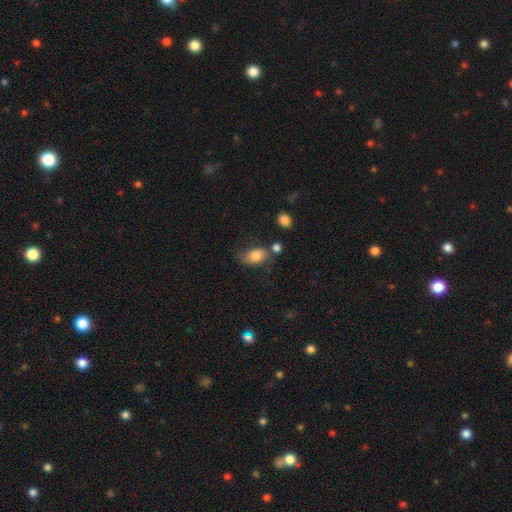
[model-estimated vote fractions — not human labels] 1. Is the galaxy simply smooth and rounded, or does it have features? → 78% smooth, 13% featured or disk, 9% star or artifact.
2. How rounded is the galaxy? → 84% in between, 14% round, 2% cigar-shaped.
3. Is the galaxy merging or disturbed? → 50% none, 26% minor disturbance, 12% major disturbance, 11% merger.